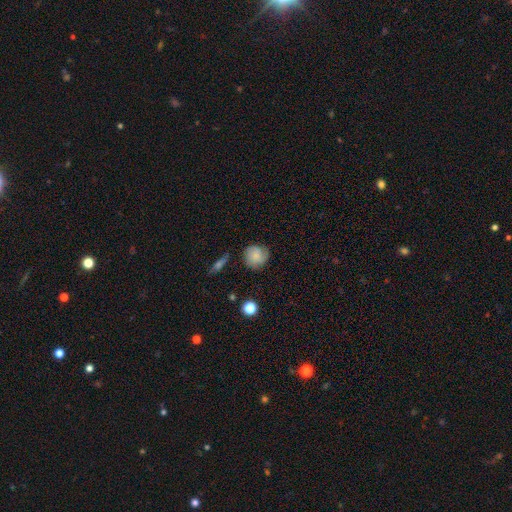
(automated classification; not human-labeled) Q: Smooth or featured?
A: smooth (62%); runner-up: featured or disk (29%)
Q: How rounded?
A: round (87%); runner-up: in between (12%)
Q: Merging?
A: none (74%); runner-up: minor disturbance (19%)